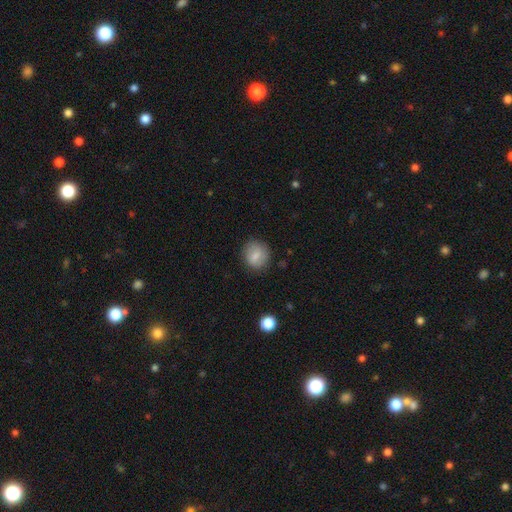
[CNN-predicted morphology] Smooth or featured: smooth — 79% (featured or disk — 13%)
How rounded: round — 79% (in between — 20%)
Merging: none — 82% (minor disturbance — 13%)